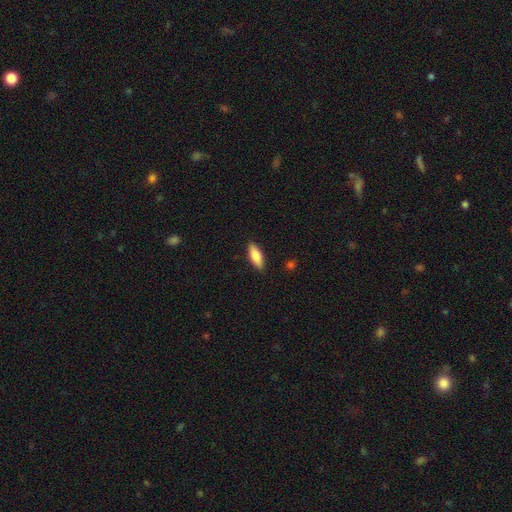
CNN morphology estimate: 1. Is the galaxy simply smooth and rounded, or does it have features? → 81% smooth, 13% featured or disk, 6% star or artifact.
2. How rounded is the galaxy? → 71% in between, 27% cigar-shaped, 2% round.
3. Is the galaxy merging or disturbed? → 88% none, 9% minor disturbance, 2% major disturbance, 1% merger.